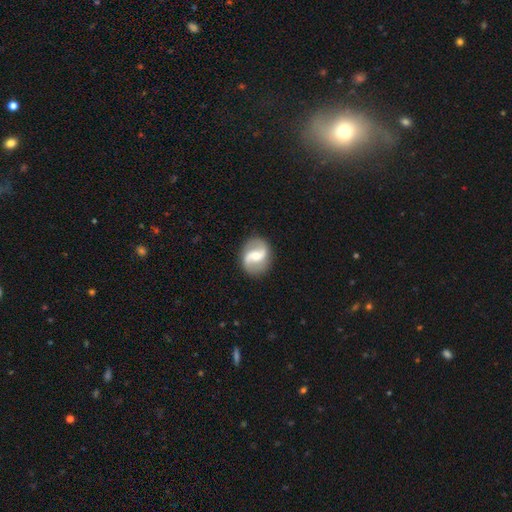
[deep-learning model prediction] Overall: featured or disk (82%). Edge-on disk: no (98%). Bar: weak (44%; strong 35%). Spiral arms: yes (93%). Spiral arm count: 2 (93%). Spiral winding: loose (50%; medium 37%). Bulge size: moderate (58%; small 34%). Merging: none (86%).